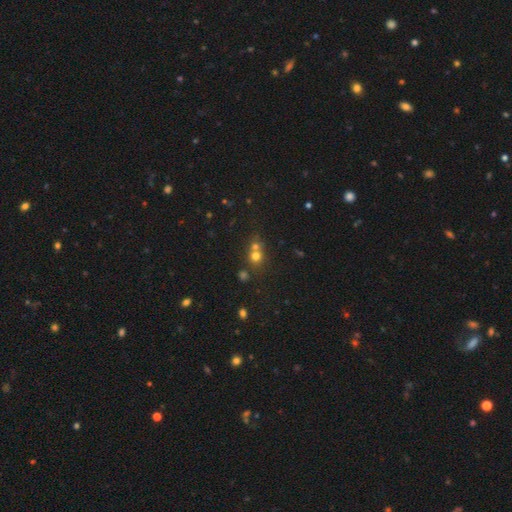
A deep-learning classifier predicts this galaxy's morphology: smooth_or_featured: smooth (p=0.67) [alt: star or artifact p=0.21]
how_rounded: round (p=0.83) [alt: in between p=0.16]
merging: merger (p=0.47) [alt: none p=0.43]